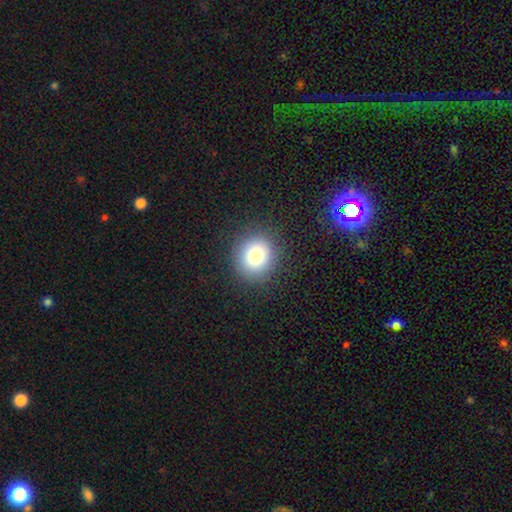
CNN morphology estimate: Smooth or featured? Predicted: smooth (p=0.80). How rounded? Predicted: round (p=0.86). Merging? Predicted: none (p=0.88).